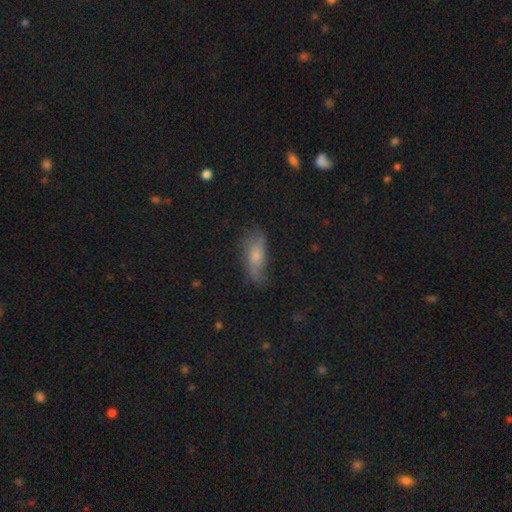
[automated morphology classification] This is possibly a smooth galaxy (59%). How rounded: likely in between (73%). Merging: possibly none (60%).